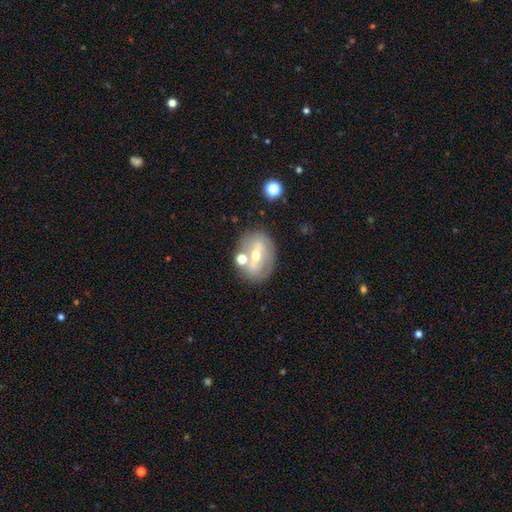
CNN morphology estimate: smooth_or_featured: featured or disk (p=0.62) [alt: smooth p=0.29]
disk_edge_on: no (p=0.89) [alt: yes p=0.11]
bar: strong (p=0.47) [alt: weak p=0.30]
has_spiral_arms: no (p=0.73) [alt: yes p=0.27]
bulge_size: moderate (p=0.61) [alt: small p=0.33]
merging: none (p=0.69) [alt: minor disturbance p=0.14]